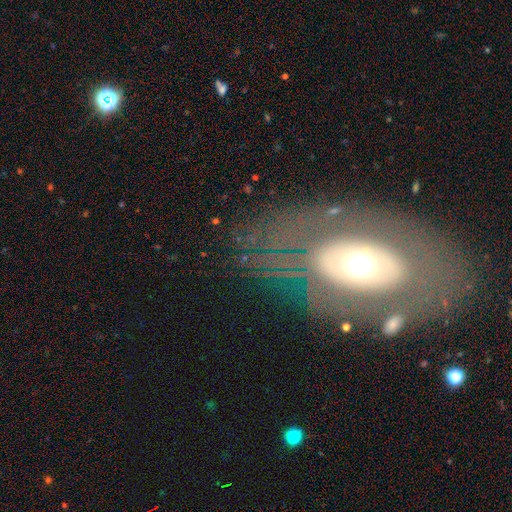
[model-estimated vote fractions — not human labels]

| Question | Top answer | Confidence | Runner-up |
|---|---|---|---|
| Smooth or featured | featured or disk | 64% | smooth (24%) |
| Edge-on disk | no | 90% | yes (10%) |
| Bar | no | 79% | weak (13%) |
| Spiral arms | no | 65% | yes (35%) |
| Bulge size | moderate | 58% | large (25%) |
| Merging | none | 66% | major disturbance (16%) |